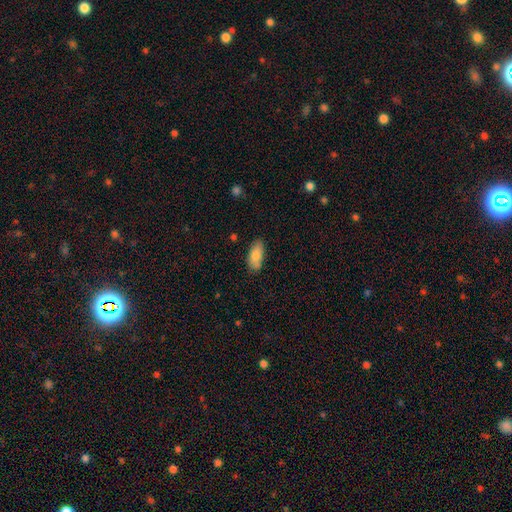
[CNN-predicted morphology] A smooth galaxy with no disk features (81%) that is in between round and cigar-shaped (88%).

Vote fractions:
- Smooth or featured? smooth: 81% / featured or disk: 13% / star or artifact: 6%
- How rounded? in between: 88% / cigar-shaped: 9% / round: 2%
- Merging? none: 79% / minor disturbance: 16% / major disturbance: 3% / merger: 2%